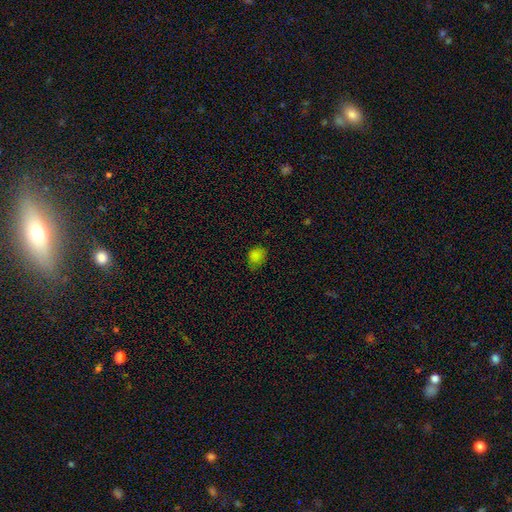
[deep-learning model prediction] A smooth galaxy with no disk features (80%) that is round (56%). Merging: none (64%).